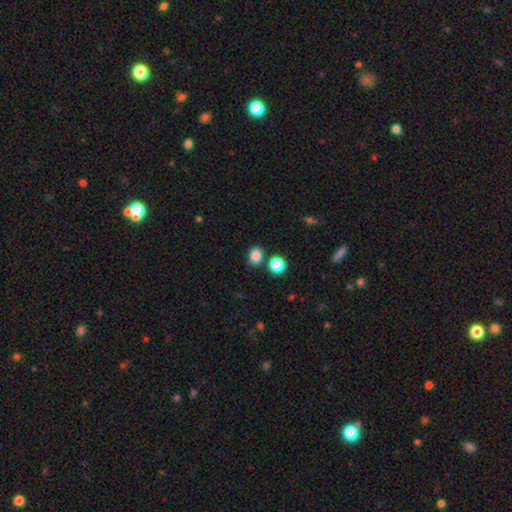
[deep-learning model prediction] Smooth or featured? smooth (85%)
How rounded? in between (60%)
Merging? none (78%)